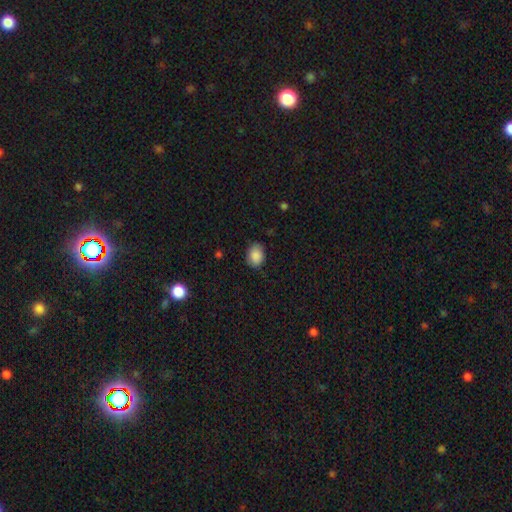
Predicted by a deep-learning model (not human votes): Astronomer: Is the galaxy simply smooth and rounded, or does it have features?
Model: smooth — 88%.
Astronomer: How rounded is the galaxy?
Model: in between — 64%.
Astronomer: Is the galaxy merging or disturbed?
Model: none — 82%.